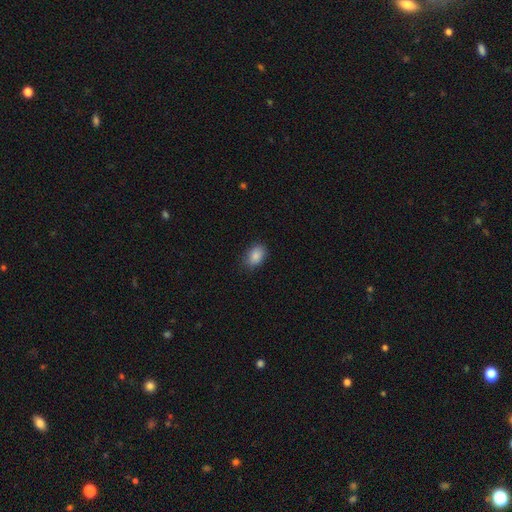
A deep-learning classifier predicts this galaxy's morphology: Smooth or featured? smooth (87%)
How rounded? in between (79%)
Merging? none (80%)